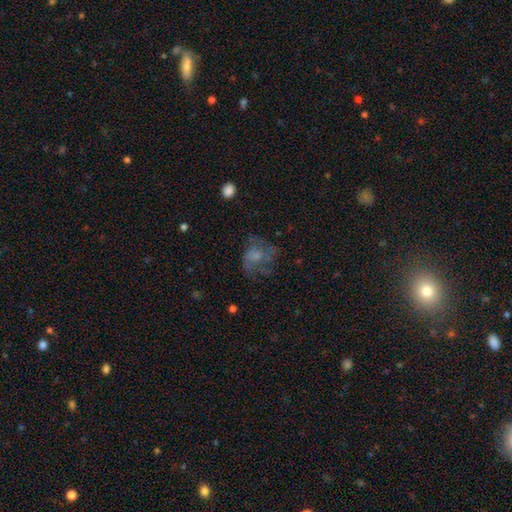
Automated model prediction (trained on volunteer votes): Overall: featured or disk (47%; smooth 39%). Merging: none (43%; major disturbance 34%).